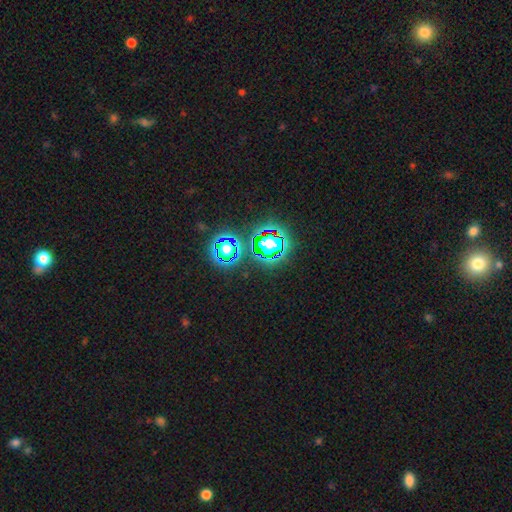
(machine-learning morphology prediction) This appears to be a star or artifact, not a galaxy (77%).